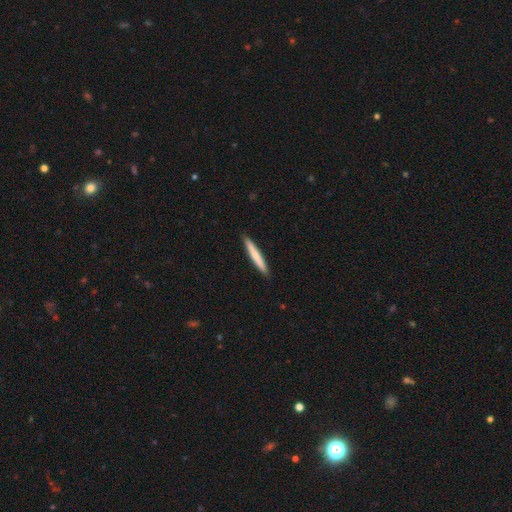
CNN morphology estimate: Smooth or featured? smooth (73%)
How rounded? cigar-shaped (96%)
Merging? none (92%)